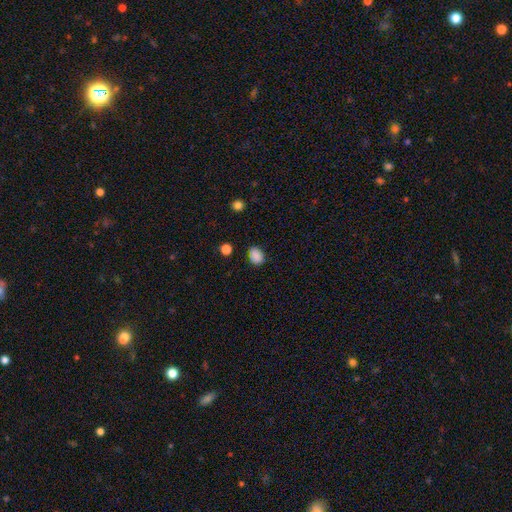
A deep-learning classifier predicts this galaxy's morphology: A smooth galaxy with no disk features (85%) that is in between round and cigar-shaped (66%).

Vote fractions:
- Smooth or featured? smooth: 85% / star or artifact: 11% / featured or disk: 4%
- How rounded? in between: 66% / round: 33% / cigar-shaped: 1%
- Merging? none: 75% / minor disturbance: 19% / major disturbance: 4% / merger: 2%